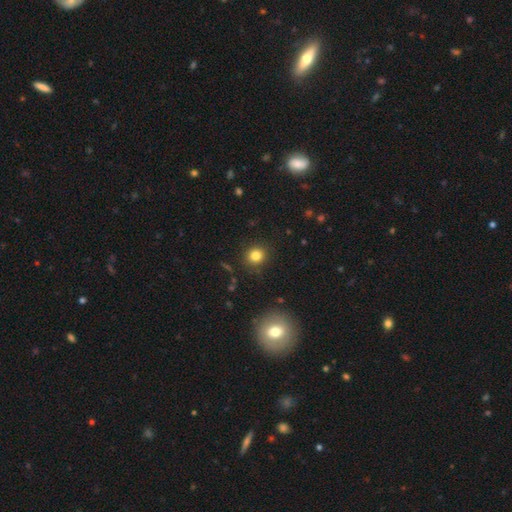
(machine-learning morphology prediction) Smooth or featured? Predicted: smooth (p=0.82). How rounded? Predicted: round (p=0.86). Merging? Predicted: none (p=0.89).